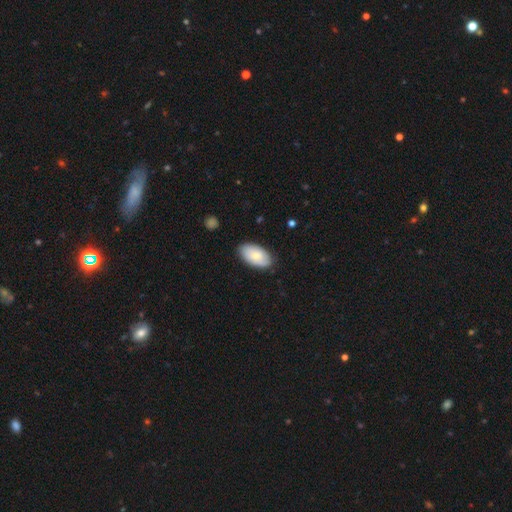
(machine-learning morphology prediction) A smooth galaxy with no disk features (68%) that is in between round and cigar-shaped (95%).

Vote fractions:
- Smooth or featured? smooth: 68% / featured or disk: 26% / star or artifact: 6%
- How rounded? in between: 95% / round: 3% / cigar-shaped: 2%
- Merging? none: 82% / minor disturbance: 14% / major disturbance: 3% / merger: 1%